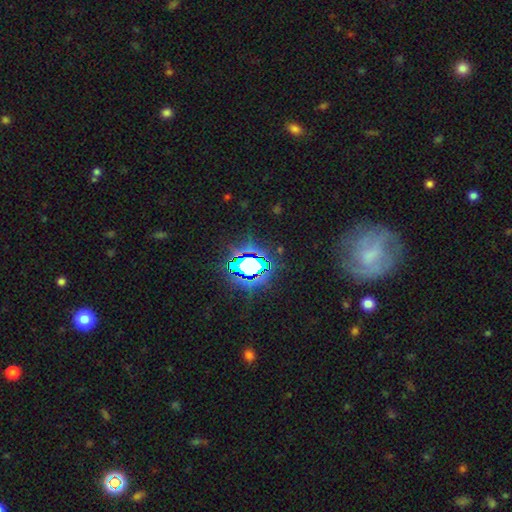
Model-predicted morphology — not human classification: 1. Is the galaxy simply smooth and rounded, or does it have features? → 68% star or artifact, 18% smooth, 15% featured or disk.